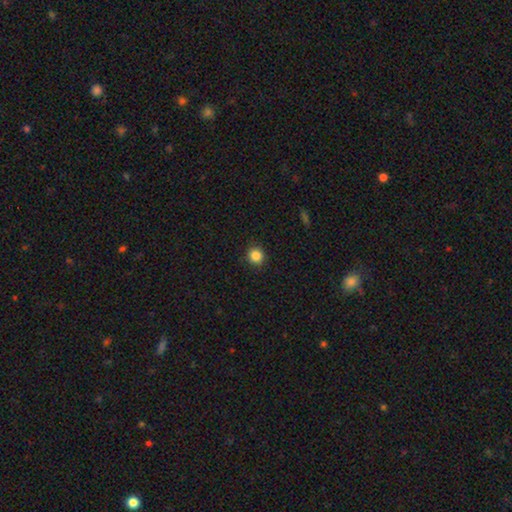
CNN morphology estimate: A smooth galaxy with no disk features (85%) that is round (92%).

Vote fractions:
- Smooth or featured? smooth: 85% / star or artifact: 11% / featured or disk: 4%
- How rounded? round: 92% / in between: 7% / cigar-shaped: 1%
- Merging? none: 91% / minor disturbance: 6% / major disturbance: 2% / merger: 1%